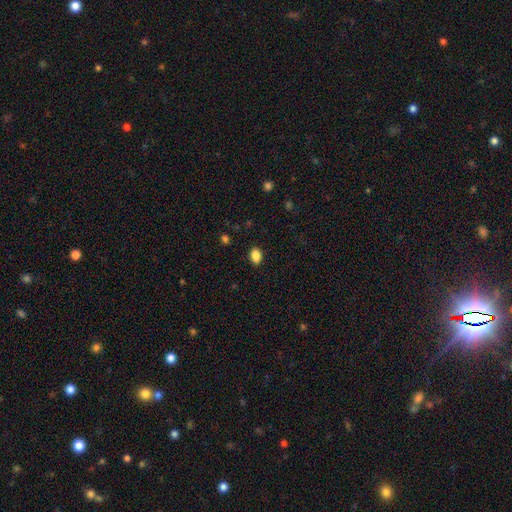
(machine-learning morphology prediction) Smooth or featured: smooth — 87% (star or artifact — 9%)
How rounded: in between — 83% (round — 16%)
Merging: none — 88% (minor disturbance — 9%)